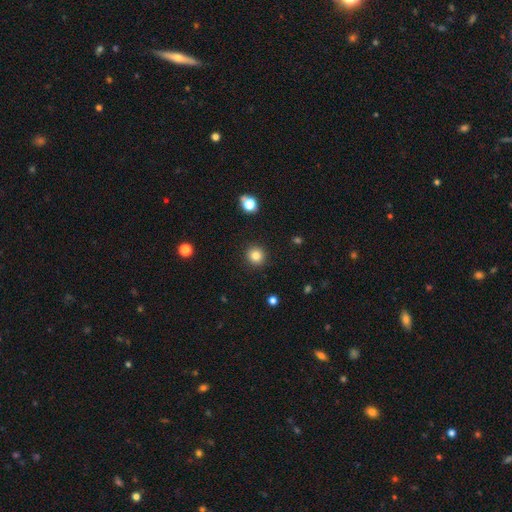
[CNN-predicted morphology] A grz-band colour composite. It shows a smooth galaxy with no disk features (83%) that is round (93%). Merging: none (92%).